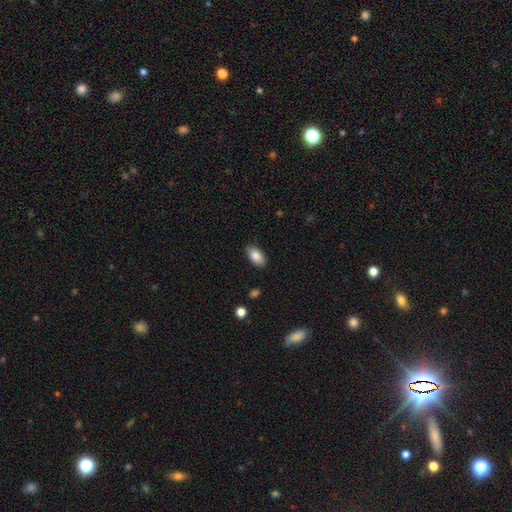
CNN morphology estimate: Q: Smooth or featured?
A: smooth (85%); runner-up: featured or disk (8%)
Q: How rounded?
A: in between (93%); runner-up: cigar-shaped (4%)
Q: Merging?
A: none (87%); runner-up: minor disturbance (10%)